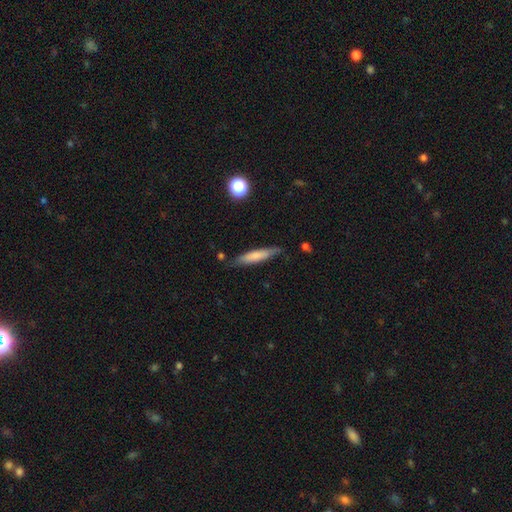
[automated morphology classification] A smooth galaxy with no disk features (70%) that is cigar-shaped (87%).

Vote fractions:
- Smooth or featured? smooth: 70% / featured or disk: 23% / star or artifact: 6%
- How rounded? cigar-shaped: 87% / in between: 12% / round: 1%
- Merging? none: 77% / minor disturbance: 17% / major disturbance: 3% / merger: 2%